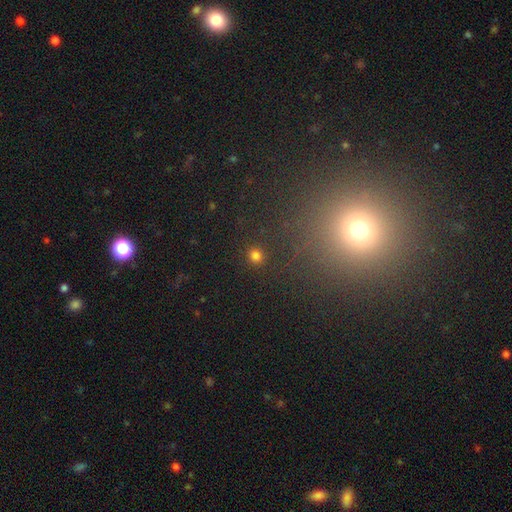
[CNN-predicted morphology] Q: Smooth or featured?
A: smooth (79%); runner-up: star or artifact (16%)
Q: How rounded?
A: round (92%); runner-up: in between (7%)
Q: Merging?
A: none (91%); runner-up: minor disturbance (5%)